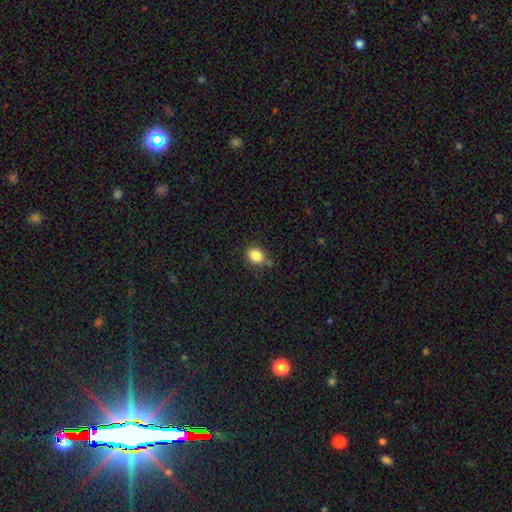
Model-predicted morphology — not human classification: Smooth or featured? Predicted: smooth (p=0.85). How rounded? Predicted: in between (p=0.57). Merging? Predicted: none (p=0.75).